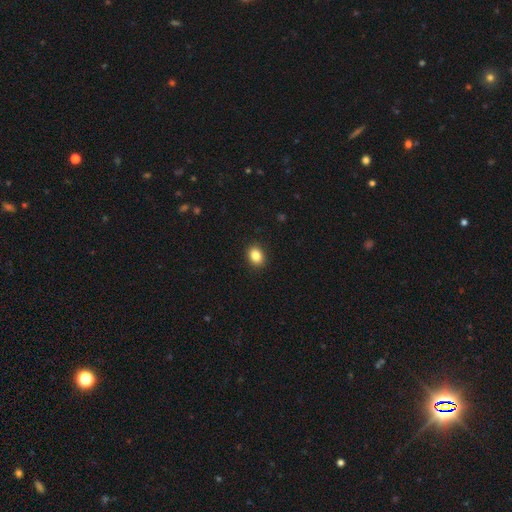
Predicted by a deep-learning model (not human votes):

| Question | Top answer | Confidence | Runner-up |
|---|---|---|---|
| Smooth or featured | smooth | 85% | star or artifact (9%) |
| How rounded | in between | 60% | round (39%) |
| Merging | none | 91% | minor disturbance (6%) |